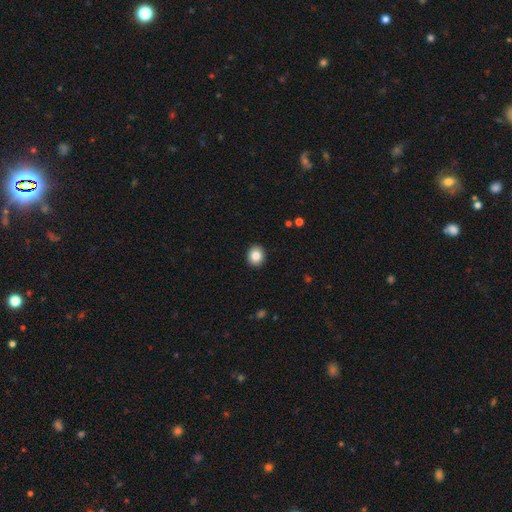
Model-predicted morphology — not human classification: The model was most divided on "how rounded": round: 80%, in between: 19%, cigar-shaped: 1%. More confident: merging — none (92%); smooth or featured — smooth (85%).